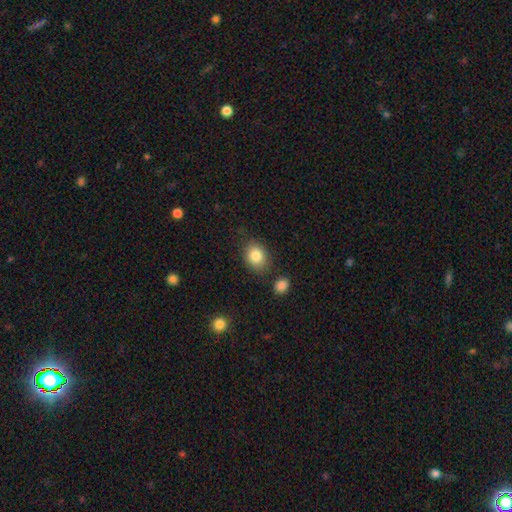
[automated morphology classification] smooth_or_featured: smooth (p=0.84) [alt: star or artifact p=0.08]
how_rounded: in between (p=0.54) [alt: round p=0.45]
merging: none (p=0.79) [alt: minor disturbance p=0.13]